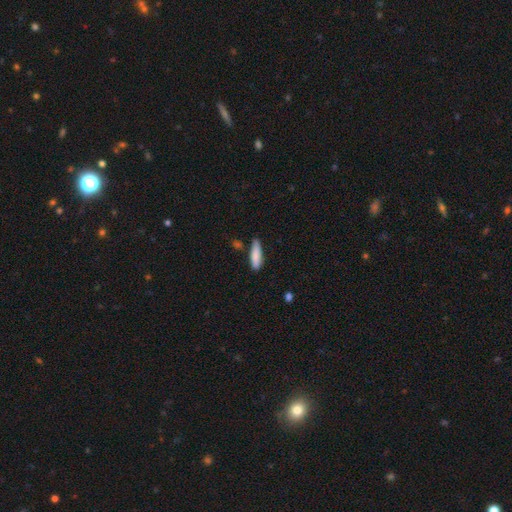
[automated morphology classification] The model was most divided on "how rounded": cigar-shaped: 66%, in between: 32%, round: 2%. More confident: smooth or featured — smooth (83%); merging — none (73%).